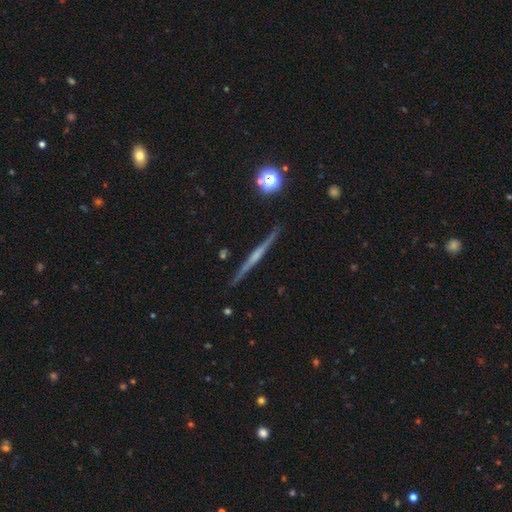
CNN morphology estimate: Overall: featured or disk (71%). Edge-on disk: yes (98%). Edge-on bulge: none (48%; rounded 39%). Merging: none (91%).